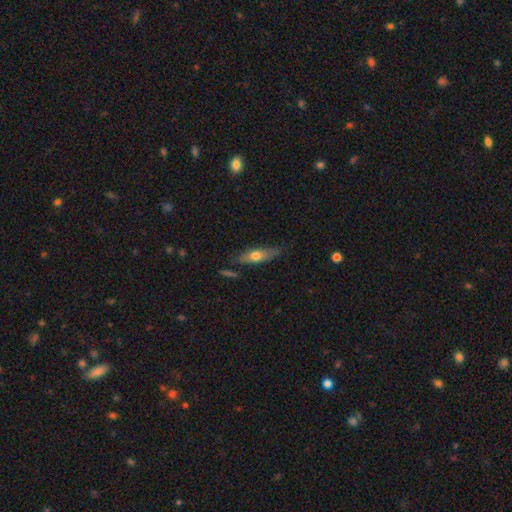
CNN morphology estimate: This is possibly a smooth galaxy (55%). How rounded: possibly cigar-shaped (55%). Merging: likely none (73%).